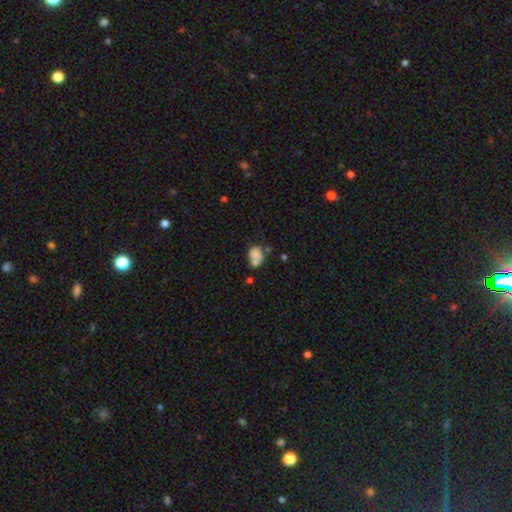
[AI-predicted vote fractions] This is likely a smooth galaxy (77%). How rounded: possibly in between (59%). Merging: marginally merger (37%).